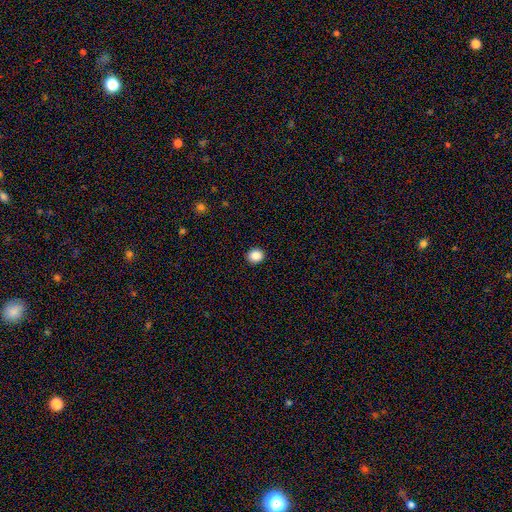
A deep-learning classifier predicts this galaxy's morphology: smooth 87%, star or artifact 10%, featured or disk 3%. Down the decision tree: how rounded — round (77%); merging — none (92%).